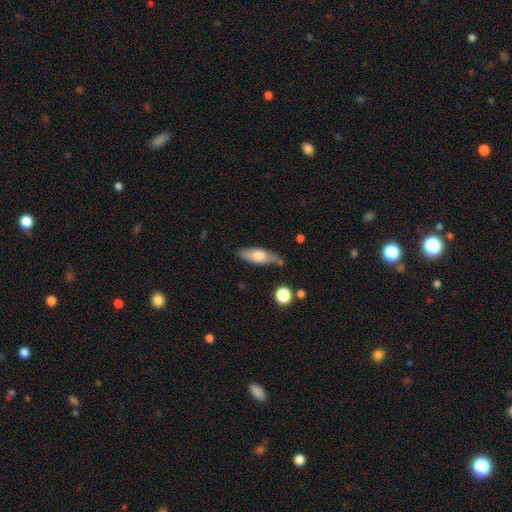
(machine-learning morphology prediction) Smooth or featured: smooth — 65% (featured or disk — 28%)
How rounded: in between — 57% (cigar-shaped — 40%)
Merging: none — 69% (minor disturbance — 21%)